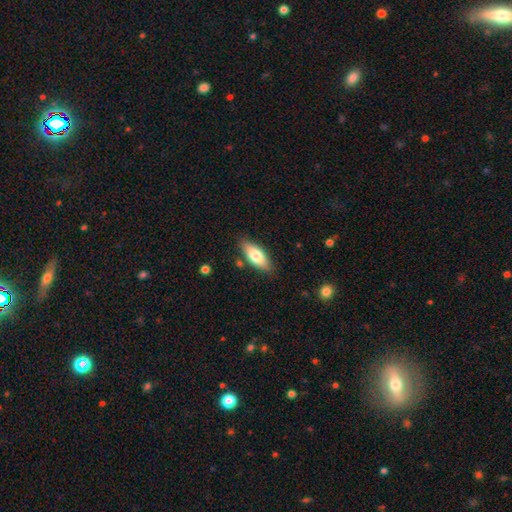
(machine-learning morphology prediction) Overall: smooth (73%). How rounded: in between (77%). Merging: none (83%).